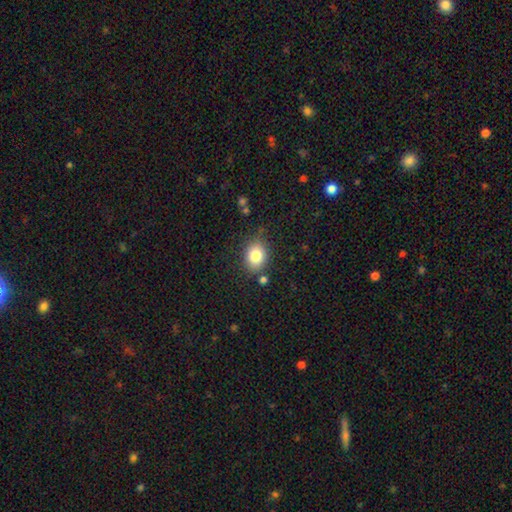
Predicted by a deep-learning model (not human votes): smooth 81%, star or artifact 10%, featured or disk 9%. Down the decision tree: how rounded — in between (52%); merging — none (80%).